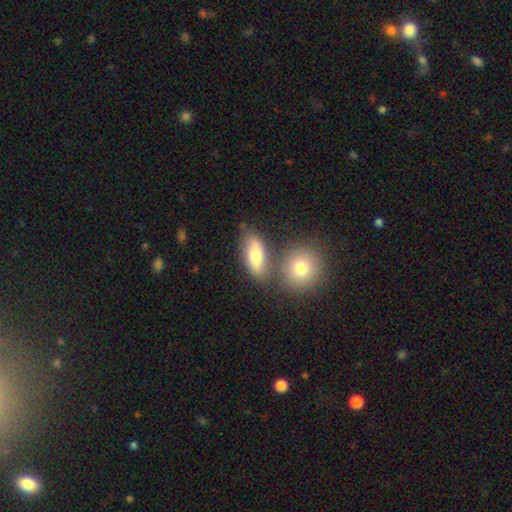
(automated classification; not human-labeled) Smooth or featured? smooth (70%)
How rounded? in between (78%)
Merging? none (65%)